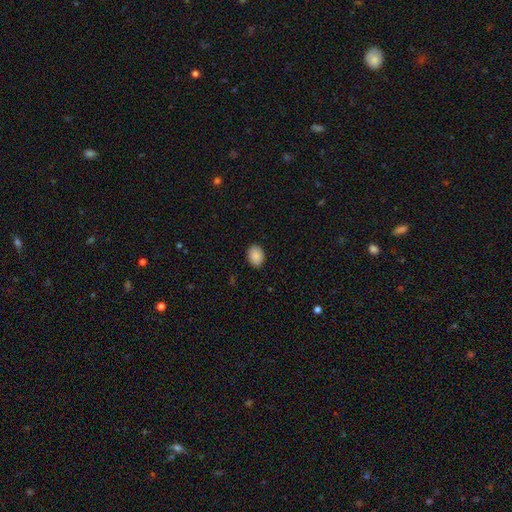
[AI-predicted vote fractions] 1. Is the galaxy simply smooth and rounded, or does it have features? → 90% smooth, 7% star or artifact, 3% featured or disk.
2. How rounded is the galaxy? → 70% in between, 29% round, 1% cigar-shaped.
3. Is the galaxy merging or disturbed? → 89% none, 8% minor disturbance, 2% major disturbance, 1% merger.